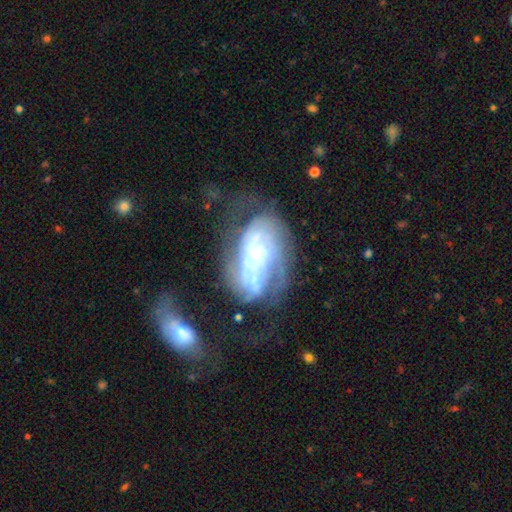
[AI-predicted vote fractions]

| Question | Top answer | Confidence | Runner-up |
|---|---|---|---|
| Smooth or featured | featured or disk | 78% | smooth (15%) |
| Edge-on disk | no | 95% | yes (5%) |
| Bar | no | 71% | weak (21%) |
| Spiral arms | yes | 82% | no (18%) |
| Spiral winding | tight | 52% | medium (33%) |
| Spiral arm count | can't tell | 44% | 2 (28%) |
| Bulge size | small | 64% | moderate (29%) |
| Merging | none | 38% | major disturbance (29%) |